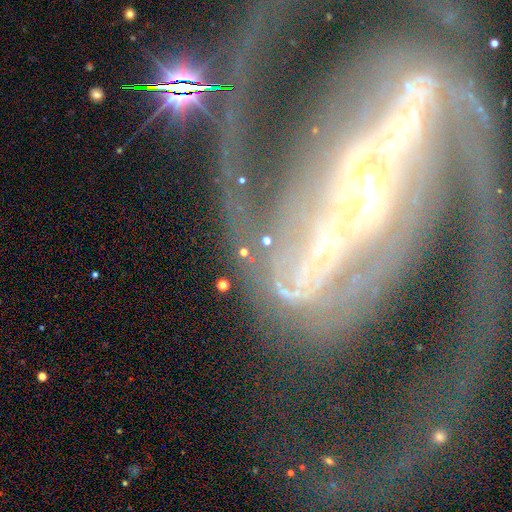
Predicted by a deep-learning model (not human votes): Overall: featured or disk (89%). Edge-on disk: no (94%). Bar: strong (75%). Spiral arms: yes (94%). Spiral arm count: 2 (79%). Spiral winding: medium (43%; loose 32%). Bulge size: small (44%; moderate 43%). Merging: none (47%; major disturbance 30%).